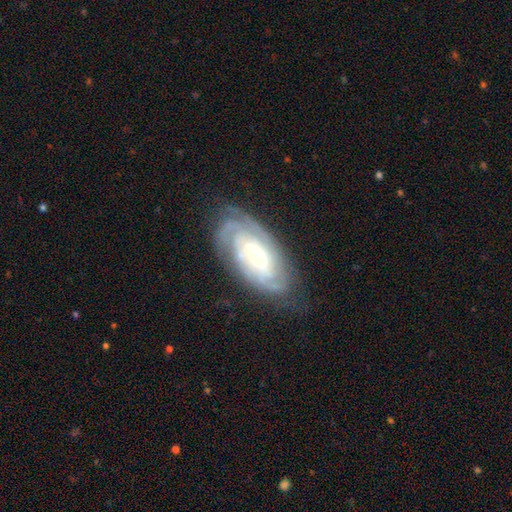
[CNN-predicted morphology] smooth_or_featured: featured or disk (p=0.83) [alt: smooth p=0.11]
disk_edge_on: no (p=0.94) [alt: yes p=0.06]
bar: no (p=0.54) [alt: weak p=0.33]
has_spiral_arms: yes (p=0.96) [alt: no p=0.04]
spiral_winding: tight (p=0.72) [alt: medium p=0.23]
spiral_arm_count: can't tell (p=0.35) [alt: 2 p=0.21]
bulge_size: small (p=0.41) [tied with: moderate p=0.41]
merging: none (p=0.72) [alt: minor disturbance p=0.20]